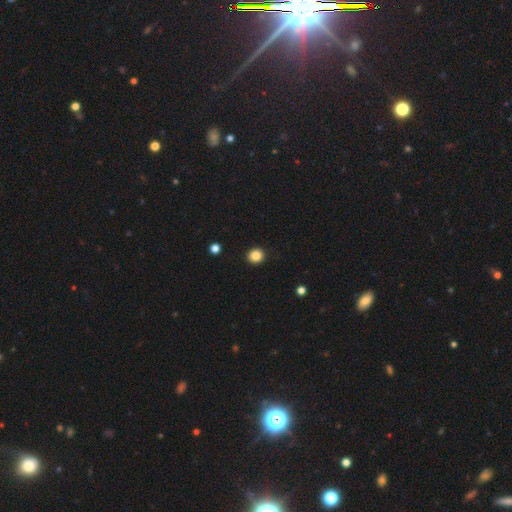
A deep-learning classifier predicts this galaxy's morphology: A smooth galaxy with no disk features (86%) that is round (89%).

Vote fractions:
- Smooth or featured? smooth: 86% / star or artifact: 10% / featured or disk: 4%
- How rounded? round: 89% / in between: 10% / cigar-shaped: 1%
- Merging? none: 93% / minor disturbance: 5% / major disturbance: 2% / merger: 1%